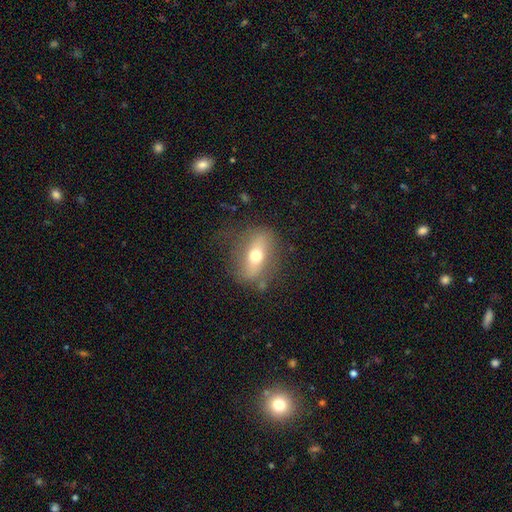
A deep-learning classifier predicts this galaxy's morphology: Smooth or featured? Predicted: featured or disk (p=0.50). Edge-on disk? Predicted: no (p=0.60). Merging? Predicted: none (p=0.74).